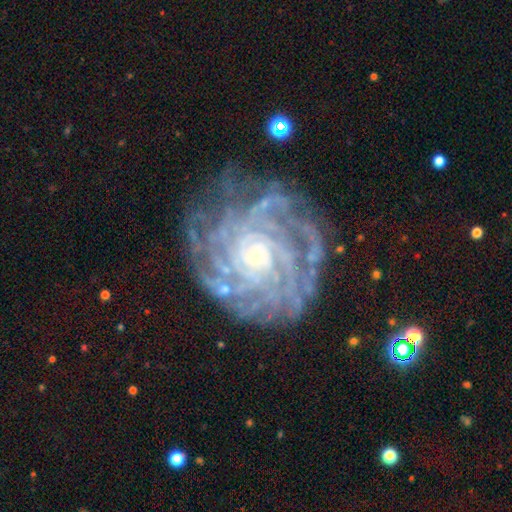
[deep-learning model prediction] featured or disk 89%, star or artifact 6%, smooth 5%. Down the decision tree: edge-on disk — no (97%); bar — no (76%); spiral arms — yes (97%); spiral arm count — more than 4 (34%); spiral winding — tight (82%); bulge size — small (79%); merging — none (75%).